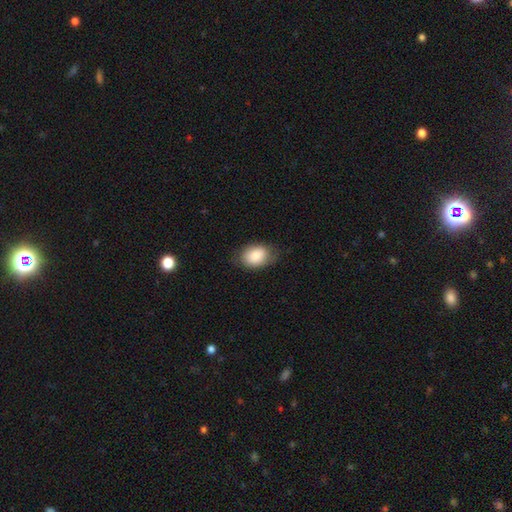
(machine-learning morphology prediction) Smooth or featured?
  - smooth: 85% *
  - featured or disk: 8%
  - star or artifact: 7%
How rounded?
  - in between: 79% *
  - round: 20%
  - cigar-shaped: 1%
Merging?
  - none: 73% *
  - minor disturbance: 21%
  - major disturbance: 5%
  - merger: 1%